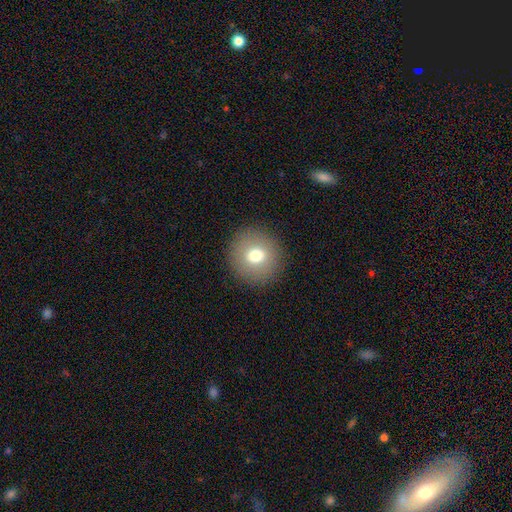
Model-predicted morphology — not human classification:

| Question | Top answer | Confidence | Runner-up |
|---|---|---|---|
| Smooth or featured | smooth | 73% | featured or disk (16%) |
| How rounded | round | 92% | in between (7%) |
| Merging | none | 91% | minor disturbance (6%) |